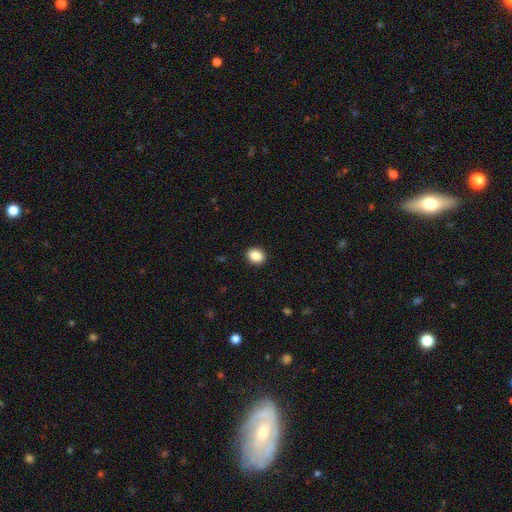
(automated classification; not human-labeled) smooth_or_featured: smooth (p=0.88) [alt: star or artifact p=0.08]
how_rounded: in between (p=0.50) [alt: round p=0.49]
merging: none (p=0.92) [alt: minor disturbance p=0.06]